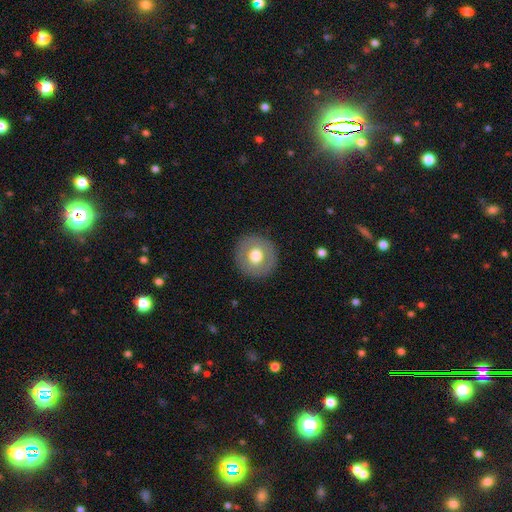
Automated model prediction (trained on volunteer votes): The model was most divided on "smooth or featured": smooth: 66%, featured or disk: 26%, star or artifact: 7%. More confident: how rounded — round (94%); merging — none (90%).